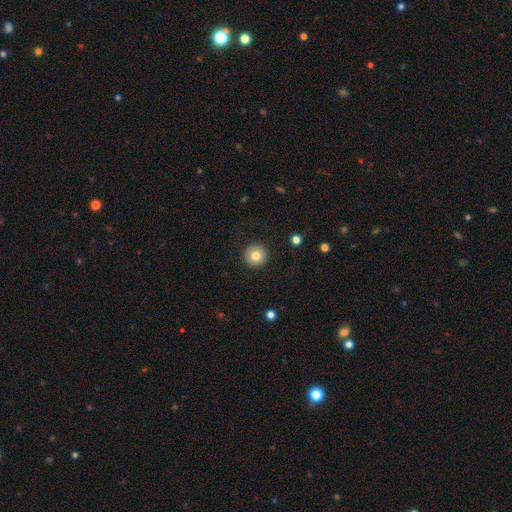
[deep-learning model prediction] Smooth or featured?
  - smooth: 81% *
  - featured or disk: 10%
  - star or artifact: 9%
How rounded?
  - round: 96% *
  - in between: 3%
  - cigar-shaped: 1%
Merging?
  - none: 93% *
  - minor disturbance: 5%
  - major disturbance: 2%
  - merger: 1%